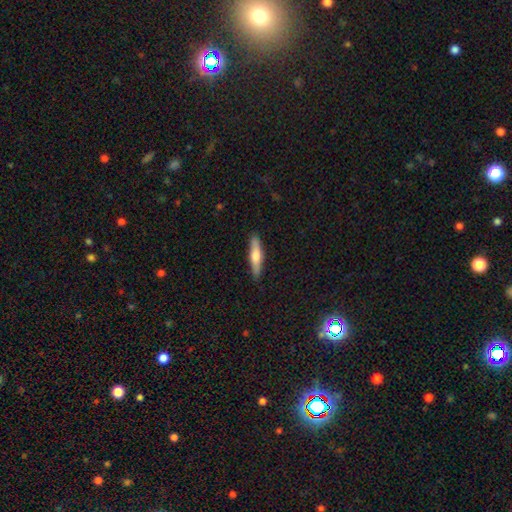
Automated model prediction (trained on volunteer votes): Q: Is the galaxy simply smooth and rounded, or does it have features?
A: smooth — 57%.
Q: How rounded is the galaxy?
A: cigar-shaped — 82%.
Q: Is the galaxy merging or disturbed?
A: none — 87%.